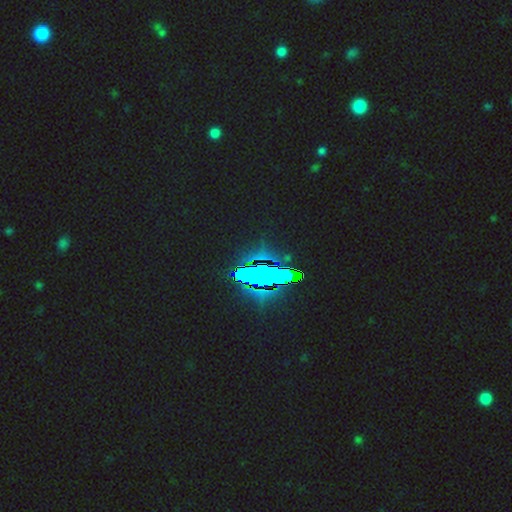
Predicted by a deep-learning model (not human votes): Smooth or featured: star or artifact — 84% (smooth — 9%)